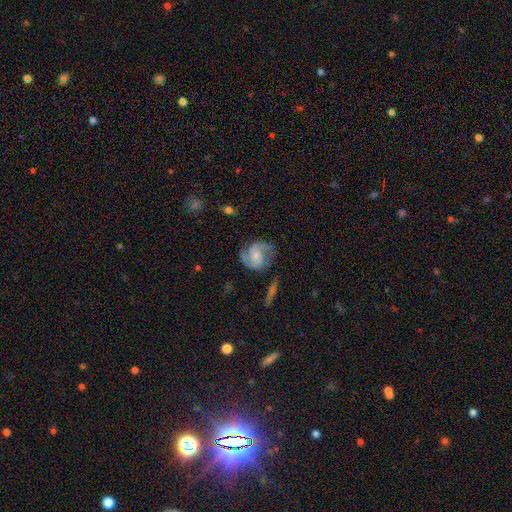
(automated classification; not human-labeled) Overall: featured or disk (82%). Edge-on disk: no (98%). Bar: no (59%; weak 33%). Spiral arms: yes (96%). Spiral arm count: 2 (87%). Spiral winding: medium (52%; tight 29%). Bulge size: small (53%; moderate 36%). Merging: none (70%).